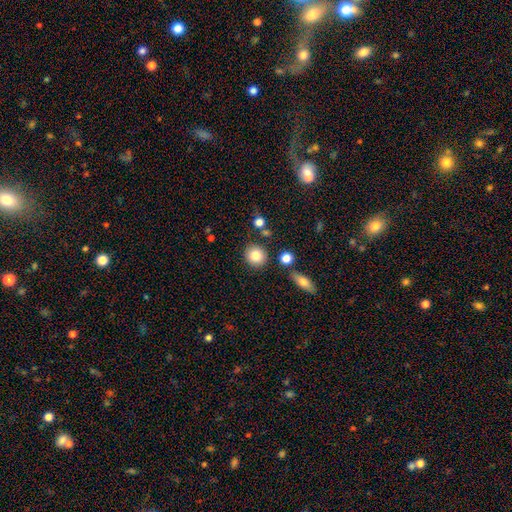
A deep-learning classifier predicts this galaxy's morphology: Smooth or featured: smooth — 83% (star or artifact — 9%)
How rounded: round — 90% (in between — 9%)
Merging: none — 85% (minor disturbance — 8%)